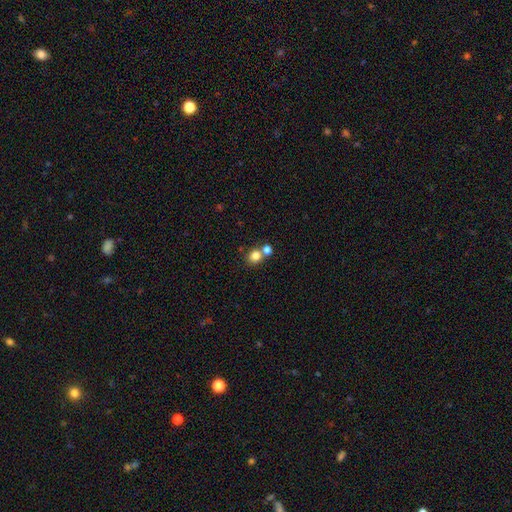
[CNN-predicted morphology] A smooth galaxy with no disk features (80%) that is round (78%). Merging: none (55%).